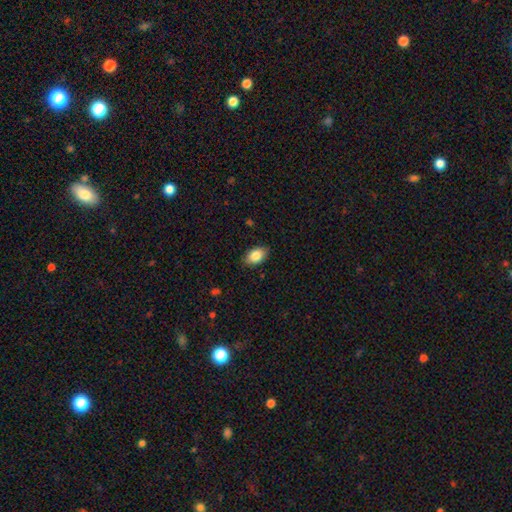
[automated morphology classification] Overall: smooth (85%). How rounded: in between (90%). Merging: none (86%).